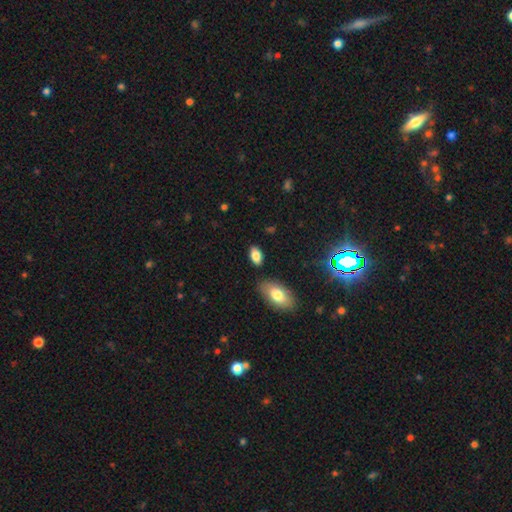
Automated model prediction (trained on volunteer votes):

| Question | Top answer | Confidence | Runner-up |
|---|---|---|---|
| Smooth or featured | smooth | 85% | star or artifact (8%) |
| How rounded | in between | 92% | round (4%) |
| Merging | none | 84% | minor disturbance (11%) |